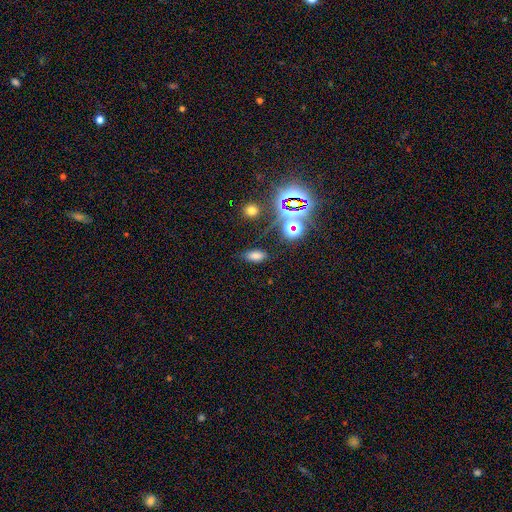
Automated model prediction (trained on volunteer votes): Smooth or featured? smooth (66%)
How rounded? in between (87%)
Merging? none (82%)